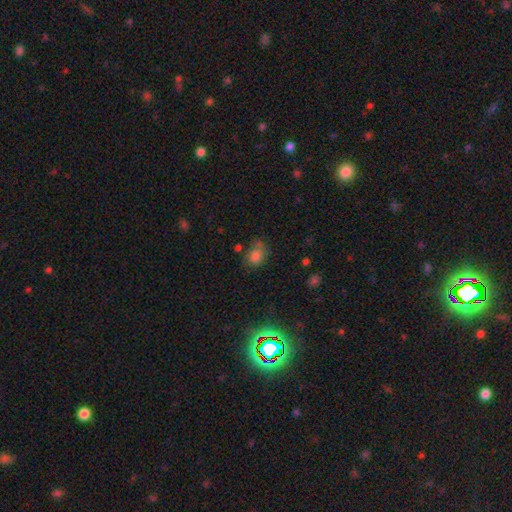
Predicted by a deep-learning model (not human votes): Smooth or featured? smooth (73%)
How rounded? in between (59%)
Merging? none (52%)